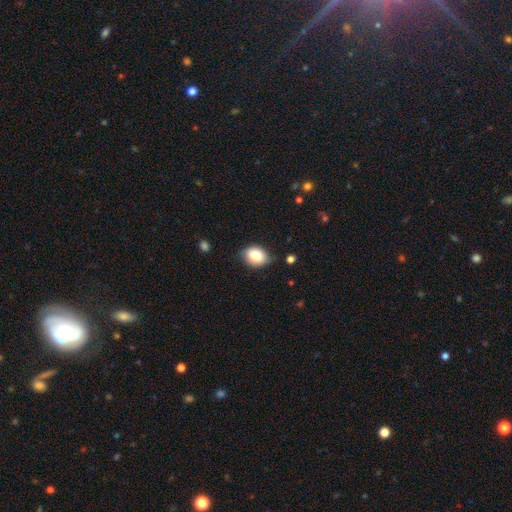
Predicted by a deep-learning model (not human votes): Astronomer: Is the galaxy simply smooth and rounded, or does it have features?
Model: smooth — 84%.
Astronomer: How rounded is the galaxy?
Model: in between — 70%.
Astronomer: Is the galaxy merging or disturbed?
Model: none — 71%.